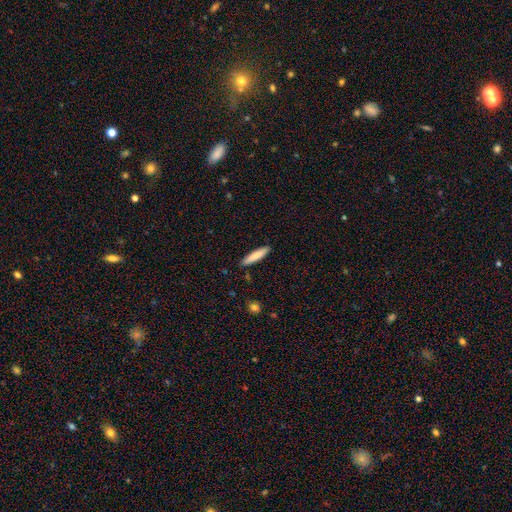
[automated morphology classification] Overall: smooth (80%). How rounded: cigar-shaped (83%). Merging: none (89%).